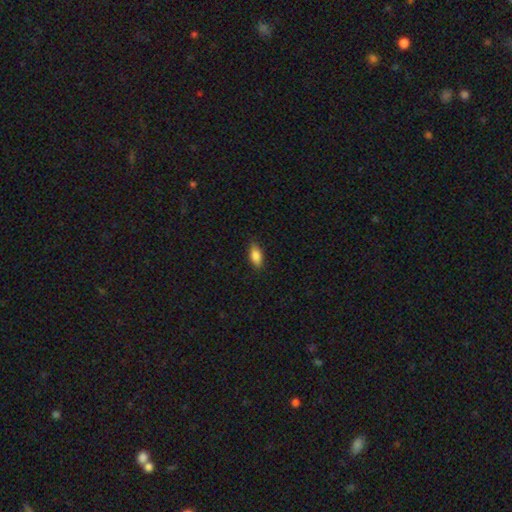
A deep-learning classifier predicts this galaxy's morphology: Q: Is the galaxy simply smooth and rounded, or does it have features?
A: smooth — 86%.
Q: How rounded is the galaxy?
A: in between — 88%.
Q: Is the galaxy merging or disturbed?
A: none — 86%.